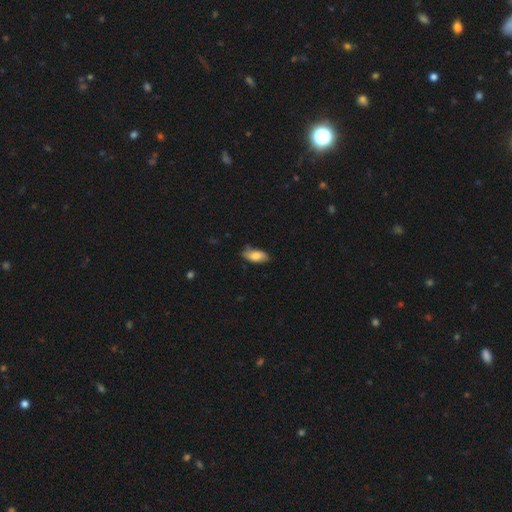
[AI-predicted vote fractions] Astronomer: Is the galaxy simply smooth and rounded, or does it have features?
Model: smooth — 77%.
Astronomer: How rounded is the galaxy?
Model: in between — 88%.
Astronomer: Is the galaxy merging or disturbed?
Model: none — 72%.